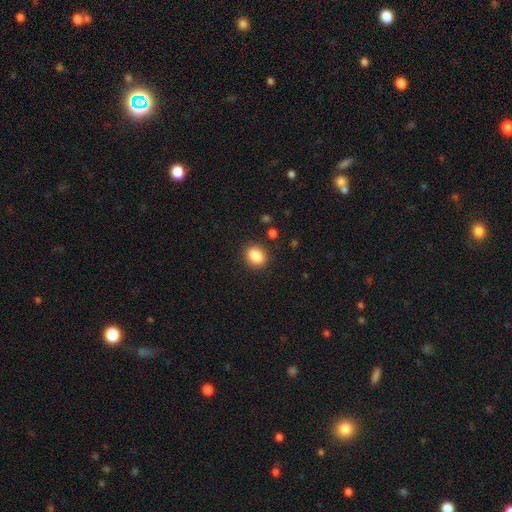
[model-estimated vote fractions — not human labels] Smooth or featured?
  - smooth: 87% *
  - star or artifact: 9%
  - featured or disk: 4%
How rounded?
  - in between: 55% *
  - round: 44%
  - cigar-shaped: 1%
Merging?
  - none: 87% *
  - minor disturbance: 9%
  - major disturbance: 3%
  - merger: 2%